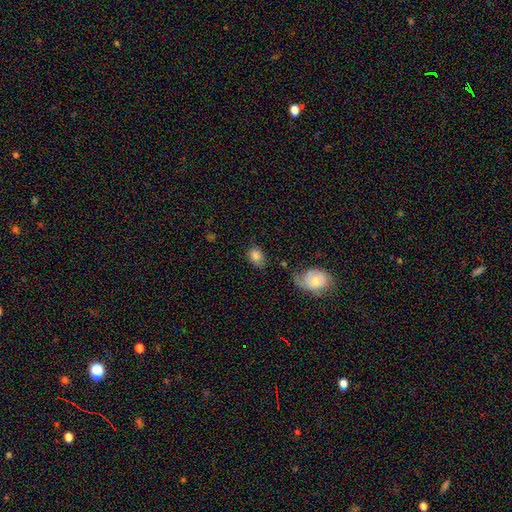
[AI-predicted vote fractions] Smooth or featured? Predicted: smooth (p=0.81). How rounded? Predicted: in between (p=0.72). Merging? Predicted: none (p=0.63).